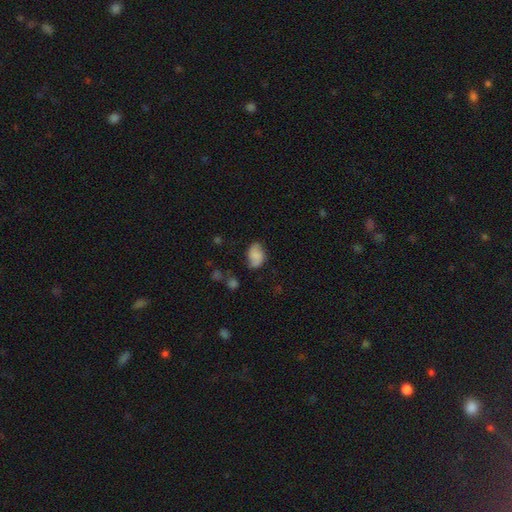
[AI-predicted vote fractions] This appears to be a smooth galaxy with no disk features (73%) that is in between round and cigar-shaped (86%). Merging: none (64%).